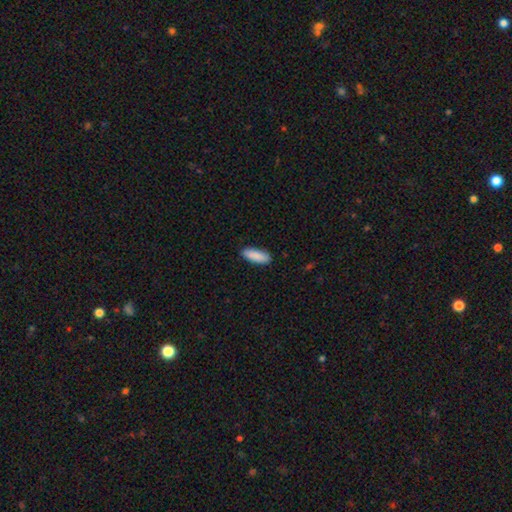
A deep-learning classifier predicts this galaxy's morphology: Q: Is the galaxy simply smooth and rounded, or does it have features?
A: smooth — 90%.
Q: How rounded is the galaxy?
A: in between — 64%.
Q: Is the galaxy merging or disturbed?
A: none — 89%.